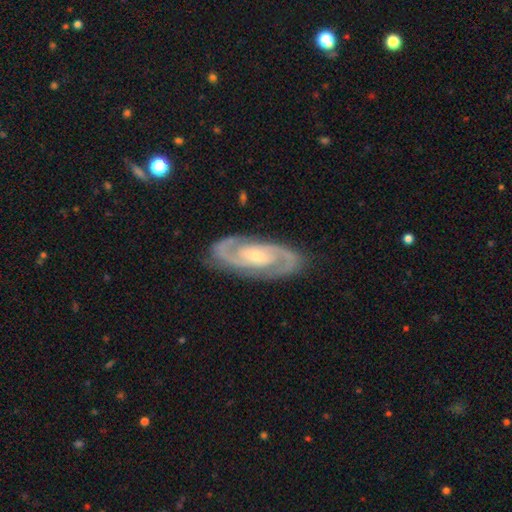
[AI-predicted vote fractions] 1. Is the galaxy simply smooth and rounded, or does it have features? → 92% featured or disk, 4% smooth, 4% star or artifact.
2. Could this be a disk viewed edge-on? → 96% no, 4% yes.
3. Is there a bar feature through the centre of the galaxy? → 45% no, 37% weak, 18% strong.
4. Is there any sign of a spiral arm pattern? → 98% yes, 2% no.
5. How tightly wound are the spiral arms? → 53% tight, 41% medium, 6% loose.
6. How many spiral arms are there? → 92% 2, 3% can't tell, 2% 3, 1% 1, 1% 4, 1% more than 4.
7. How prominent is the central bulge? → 63% small, 32% moderate, 3% none, 2% large, 1% dominant.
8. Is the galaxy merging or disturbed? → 86% none, 11% minor disturbance, 3% major disturbance, 1% merger.